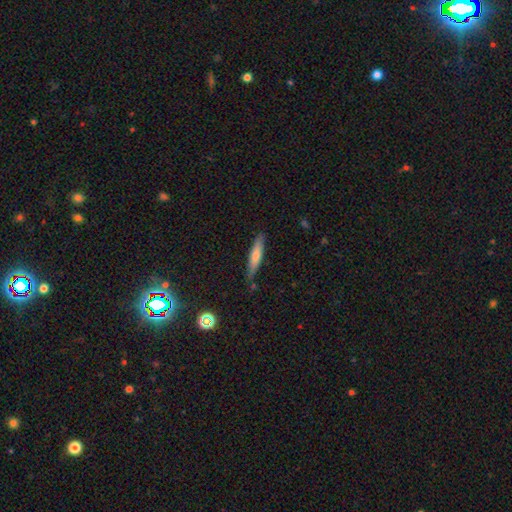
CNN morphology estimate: smooth_or_featured: smooth (p=0.54) [alt: featured or disk p=0.37]
how_rounded: cigar-shaped (p=0.87) [alt: in between p=0.12]
merging: none (p=0.83) [alt: minor disturbance p=0.12]